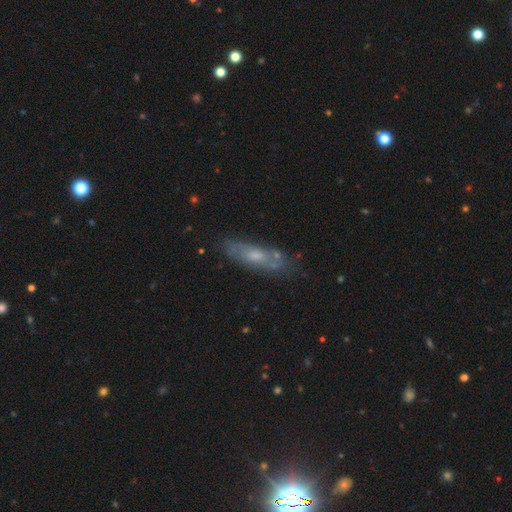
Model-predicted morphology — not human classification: Smooth or featured?
  - featured or disk: 54% *
  - smooth: 38%
  - star or artifact: 8%
Edge-on disk?
  - no: 66% *
  - yes: 34%
Merging?
  - none: 68% *
  - minor disturbance: 20%
  - major disturbance: 7%
  - merger: 6%